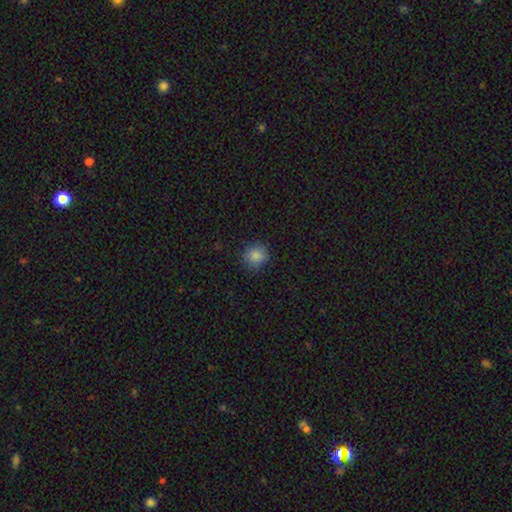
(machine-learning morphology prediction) Smooth or featured? smooth (85%)
How rounded? round (87%)
Merging? none (86%)